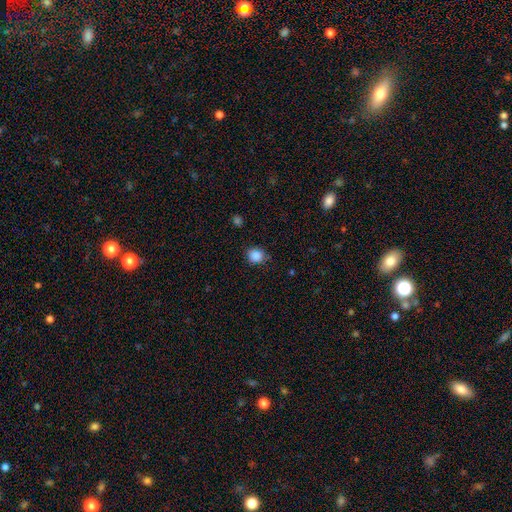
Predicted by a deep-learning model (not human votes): Smooth or featured? Predicted: smooth (p=0.86). How rounded? Predicted: round (p=0.77). Merging? Predicted: none (p=0.80).